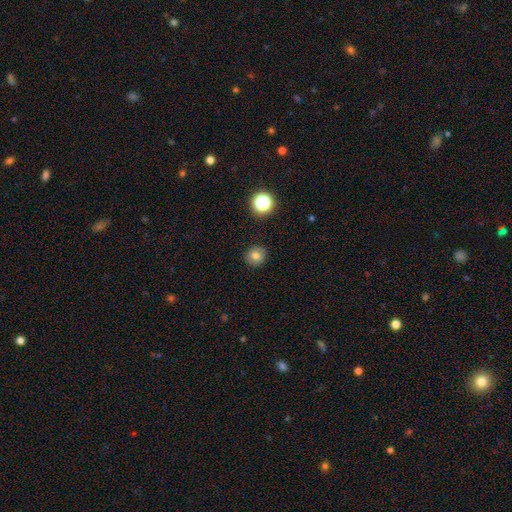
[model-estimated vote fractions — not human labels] The model was most divided on "smooth or featured": smooth: 76%, star or artifact: 13%, featured or disk: 11%. More confident: merging — none (90%); how rounded — round (88%).